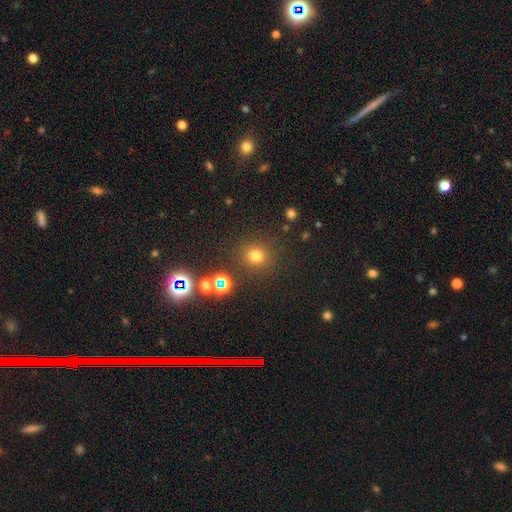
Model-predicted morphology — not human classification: Q: Smooth or featured?
A: smooth (71%); runner-up: star or artifact (23%)
Q: How rounded?
A: round (91%); runner-up: in between (8%)
Q: Merging?
A: none (85%); runner-up: minor disturbance (7%)